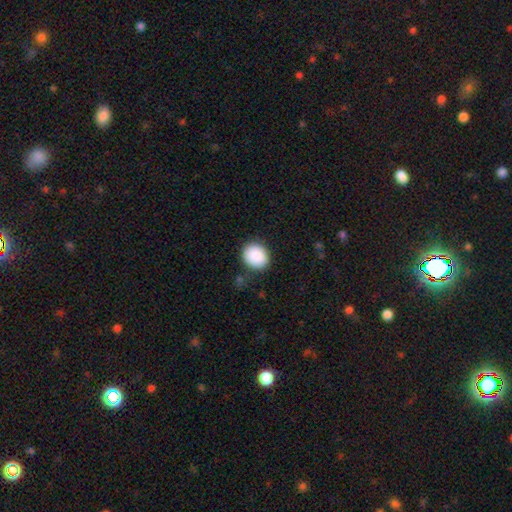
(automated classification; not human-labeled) Smooth or featured?
  - smooth: 89% *
  - star or artifact: 7%
  - featured or disk: 3%
How rounded?
  - round: 70% *
  - in between: 30%
  - cigar-shaped: 1%
Merging?
  - none: 84% *
  - minor disturbance: 10%
  - major disturbance: 3%
  - merger: 2%